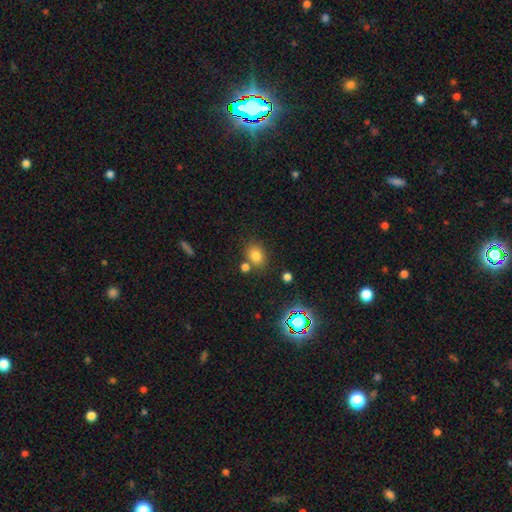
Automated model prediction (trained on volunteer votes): smooth 77%, star or artifact 16%, featured or disk 7%. Down the decision tree: how rounded — in between (54%); merging — none (70%).